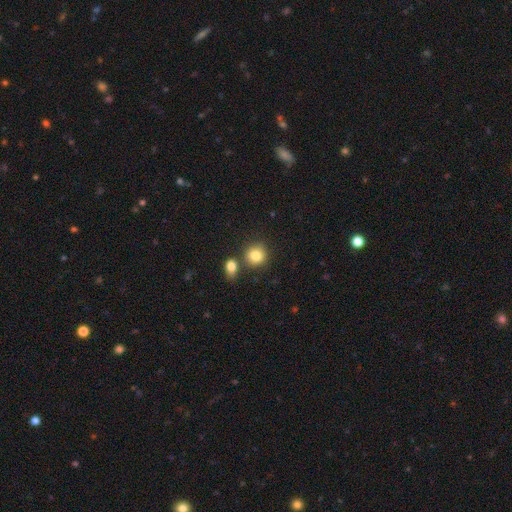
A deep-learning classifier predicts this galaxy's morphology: Overall: smooth (83%). How rounded: round (82%). Merging: none (70%).